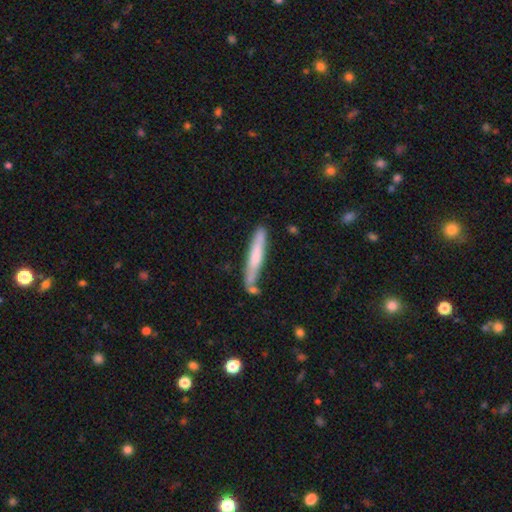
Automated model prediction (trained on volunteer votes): A smooth galaxy with no disk features (61%) that is cigar-shaped (94%).

Vote fractions:
- Smooth or featured? smooth: 61% / featured or disk: 33% / star or artifact: 6%
- How rounded? cigar-shaped: 94% / in between: 4% / round: 1%
- Merging? none: 74% / minor disturbance: 15% / merger: 7% / major disturbance: 3%